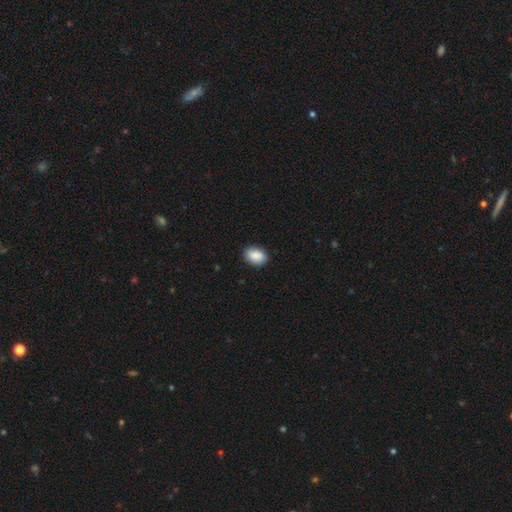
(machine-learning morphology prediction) Smooth or featured? Predicted: smooth (p=0.89). How rounded? Predicted: in between (p=0.82). Merging? Predicted: none (p=0.88).